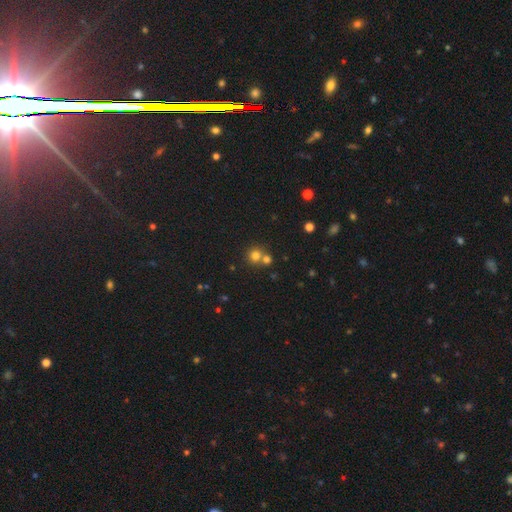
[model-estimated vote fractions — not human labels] This appears to be a smooth galaxy with no disk features (75%) that is round (90%). Merging: none (55%).